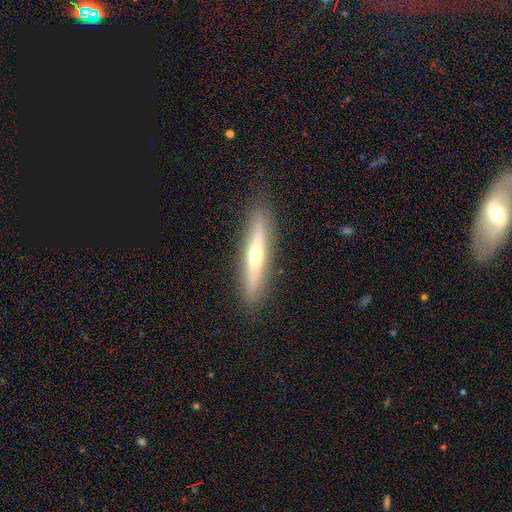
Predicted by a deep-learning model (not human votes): Q: Smooth or featured?
A: featured or disk (57%); runner-up: smooth (37%)
Q: Edge-on disk?
A: yes (86%); runner-up: no (14%)
Q: Merging?
A: none (87%); runner-up: minor disturbance (10%)